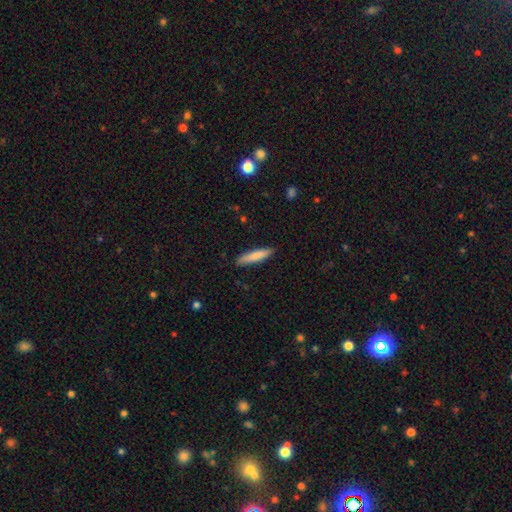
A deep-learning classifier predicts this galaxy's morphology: type=smooth (80%); roundness=cigar-shaped (86%); merging=none (88%).